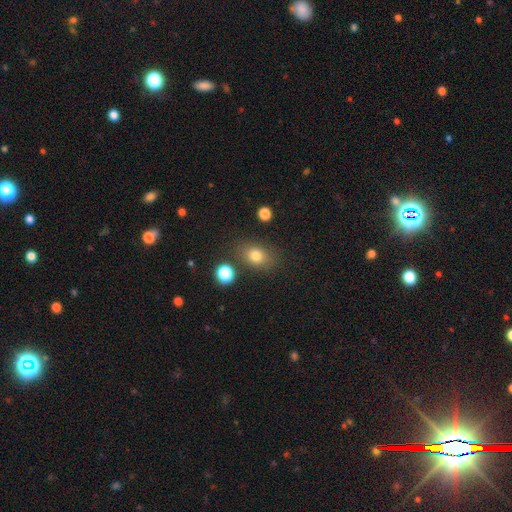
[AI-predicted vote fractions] This is likely a smooth galaxy (79%). How rounded: likely in between (68%). Merging: likely none (78%).